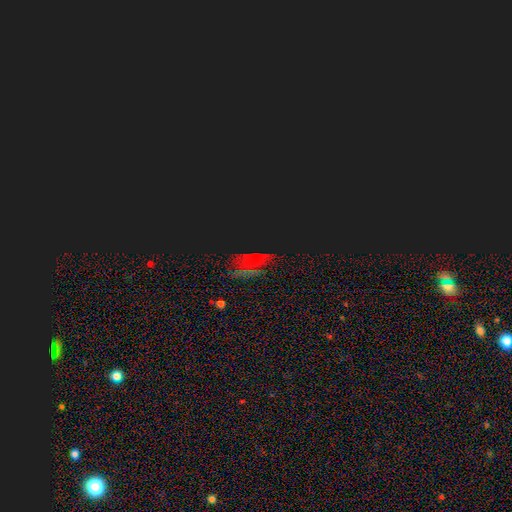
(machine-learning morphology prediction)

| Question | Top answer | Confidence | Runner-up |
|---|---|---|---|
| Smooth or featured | star or artifact | 64% | smooth (21%) |